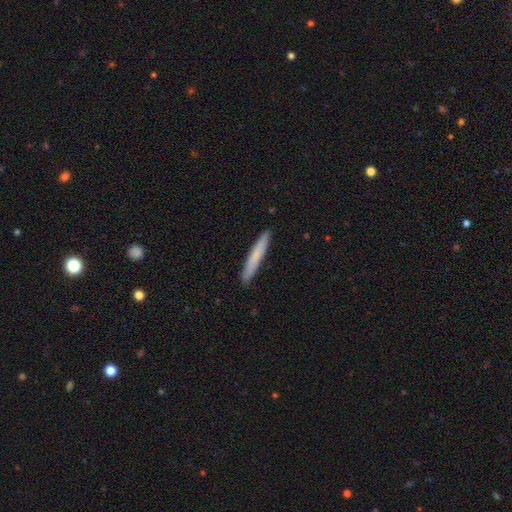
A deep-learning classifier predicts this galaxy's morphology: This appears to be a smooth galaxy with no disk features (73%) that is cigar-shaped (96%). Merging: none (92%).